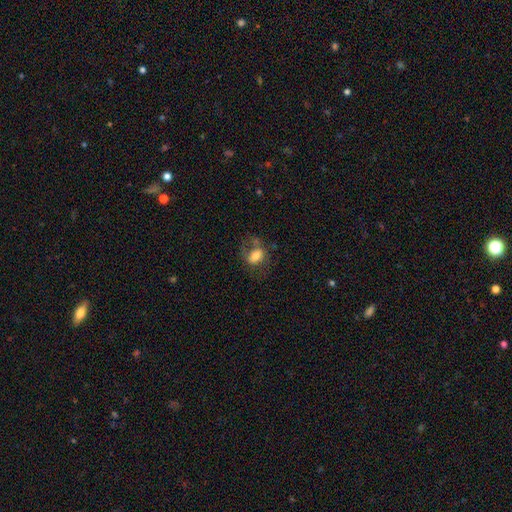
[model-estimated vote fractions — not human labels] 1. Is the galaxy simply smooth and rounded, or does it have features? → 63% smooth, 28% featured or disk, 9% star or artifact.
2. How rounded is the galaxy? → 74% in between, 24% round, 2% cigar-shaped.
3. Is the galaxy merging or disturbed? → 45% none, 23% minor disturbance, 22% major disturbance, 10% merger.